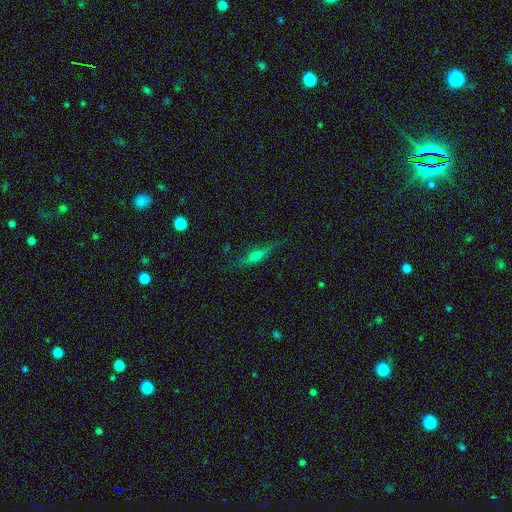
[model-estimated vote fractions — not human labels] This is likely a featured or disk galaxy (65%). It is clearly viewed edge-on (93%). Edge-on bulge: clearly rounded (91%). Merging: likely none (78%).